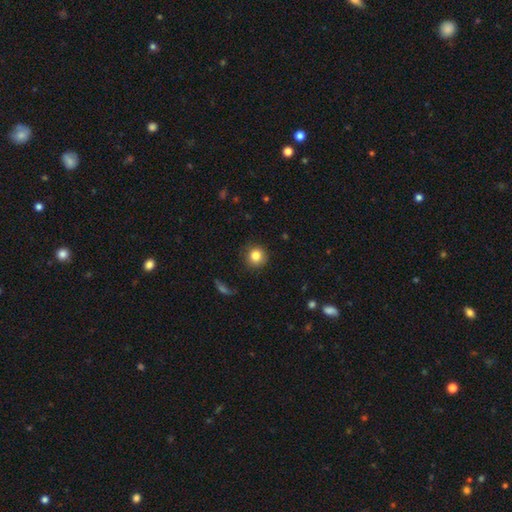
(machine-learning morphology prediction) Overall: smooth (83%). How rounded: round (93%). Merging: none (87%).